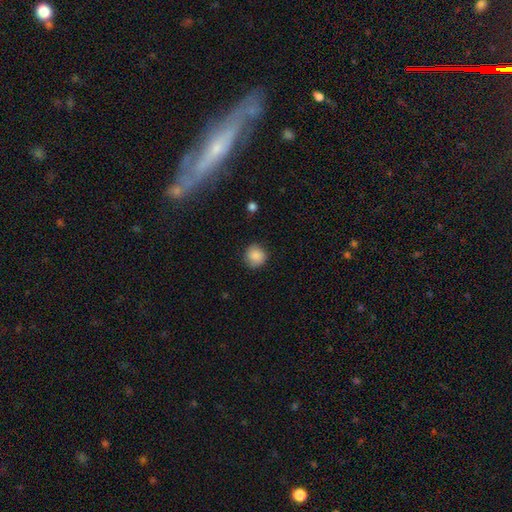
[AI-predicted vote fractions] This appears to be a smooth galaxy with no disk features (87%) that is round (91%). Merging: none (84%).